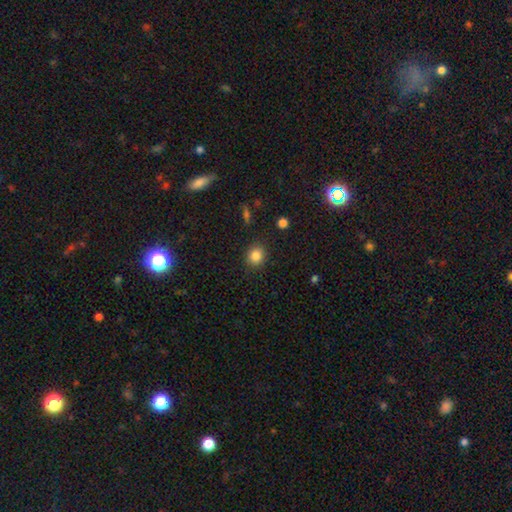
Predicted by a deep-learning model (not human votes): The model was most divided on "how rounded": round: 79%, in between: 21%, cigar-shaped: 1%. More confident: merging — none (89%); smooth or featured — smooth (84%).